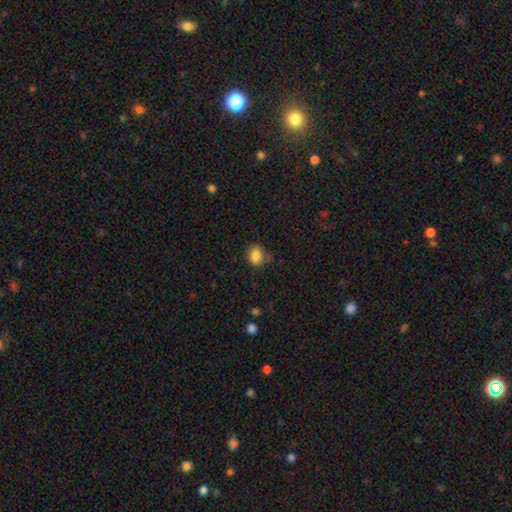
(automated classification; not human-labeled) Q: Smooth or featured?
A: smooth (84%); runner-up: star or artifact (10%)
Q: How rounded?
A: in between (56%); runner-up: round (43%)
Q: Merging?
A: none (64%); runner-up: minor disturbance (25%)